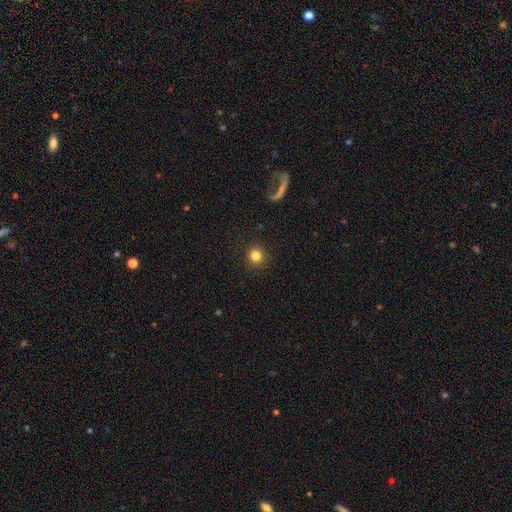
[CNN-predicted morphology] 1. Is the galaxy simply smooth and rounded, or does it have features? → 82% smooth, 12% star or artifact, 6% featured or disk.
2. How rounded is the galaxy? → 92% round, 7% in between, 1% cigar-shaped.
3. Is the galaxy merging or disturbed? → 89% none, 7% minor disturbance, 3% major disturbance, 1% merger.